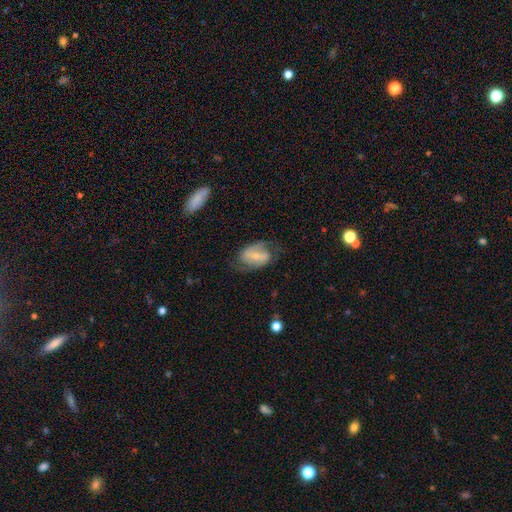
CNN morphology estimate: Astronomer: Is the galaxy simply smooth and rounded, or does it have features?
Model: featured or disk — 71%.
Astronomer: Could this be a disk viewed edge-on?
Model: no — 96%.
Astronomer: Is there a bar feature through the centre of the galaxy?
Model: strong — 44% (runner-up: weak, 38%).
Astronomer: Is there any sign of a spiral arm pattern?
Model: yes — 87%.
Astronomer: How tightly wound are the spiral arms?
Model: medium — 47% (runner-up: loose, 33%).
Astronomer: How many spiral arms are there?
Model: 2 — 86%.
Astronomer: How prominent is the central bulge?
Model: small — 59%.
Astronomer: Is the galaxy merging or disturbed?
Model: none — 66%.